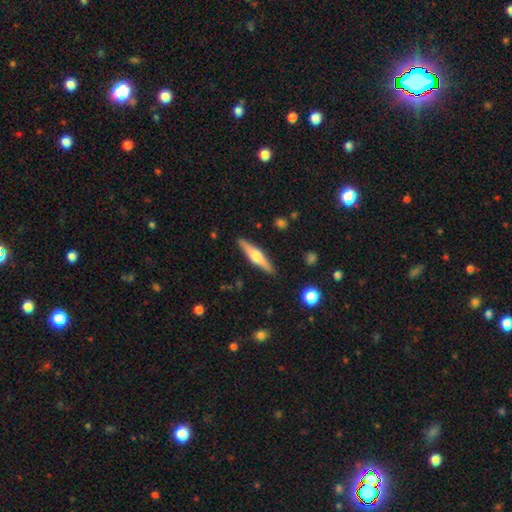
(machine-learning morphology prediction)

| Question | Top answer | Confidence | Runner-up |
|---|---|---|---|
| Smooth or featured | featured or disk | 62% | smooth (32%) |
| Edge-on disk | yes | 97% | no (3%) |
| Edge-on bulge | rounded | 88% | boxy (8%) |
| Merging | none | 90% | minor disturbance (7%) |